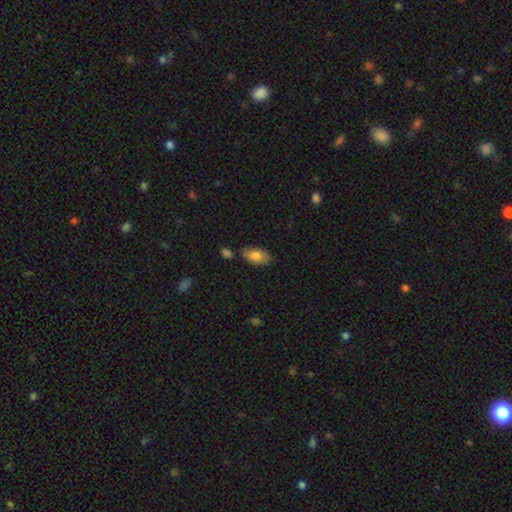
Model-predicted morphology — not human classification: smooth-or-featured: smooth: 79% | featured or disk: 14% | star or artifact: 7%
  how-rounded: in between: 93% | round: 4% | cigar-shaped: 3%
  merging: none: 73% | minor disturbance: 18% | merger: 5% | major disturbance: 4%